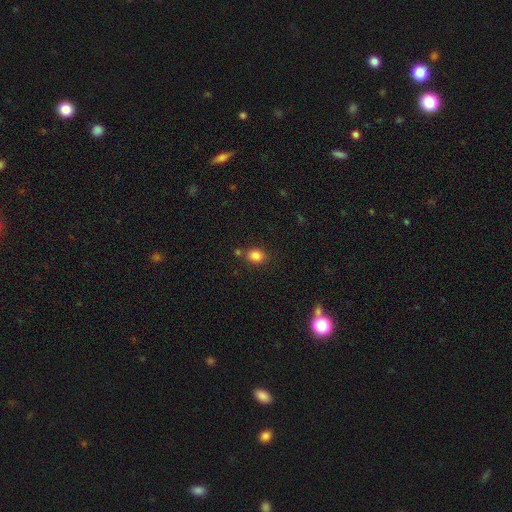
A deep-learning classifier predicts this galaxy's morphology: Smooth or featured: smooth — 84% (star or artifact — 11%)
How rounded: in between — 52% (round — 47%)
Merging: none — 74% (minor disturbance — 12%)